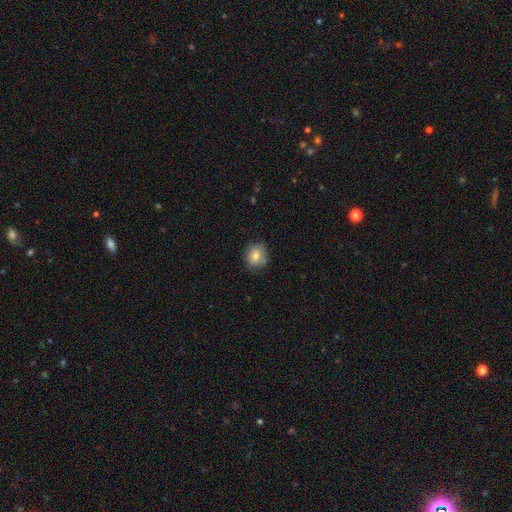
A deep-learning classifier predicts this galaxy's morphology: smooth-or-featured: smooth: 78% | featured or disk: 12% | star or artifact: 10%
  how-rounded: round: 79% | in between: 20% | cigar-shaped: 1%
  merging: none: 83% | minor disturbance: 13% | major disturbance: 3% | merger: 2%